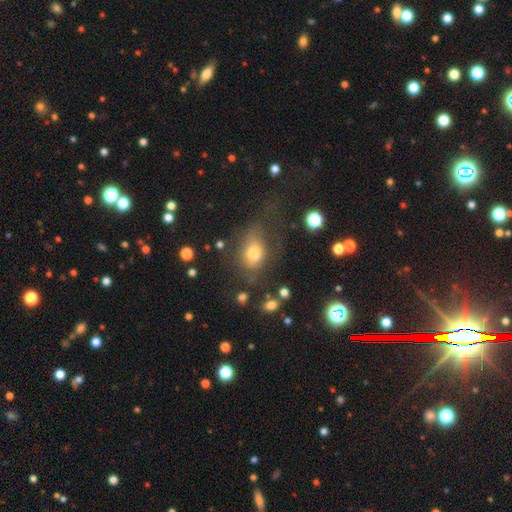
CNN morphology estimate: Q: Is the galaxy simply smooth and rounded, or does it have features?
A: smooth — 65%.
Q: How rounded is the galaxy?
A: in between — 67%.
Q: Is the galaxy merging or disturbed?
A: none — 42%.